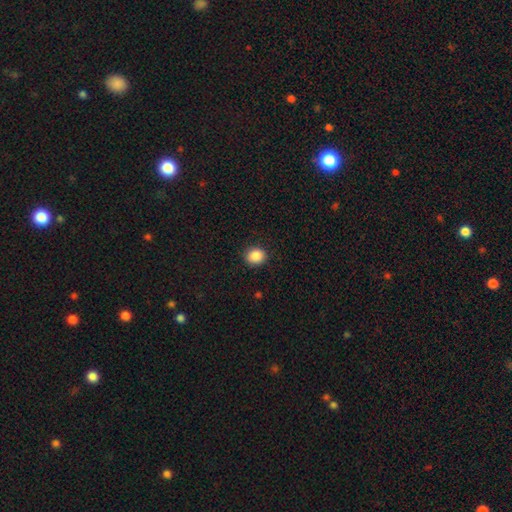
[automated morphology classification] smooth 88%, star or artifact 9%, featured or disk 3%. Down the decision tree: how rounded — round (74%); merging — none (90%).